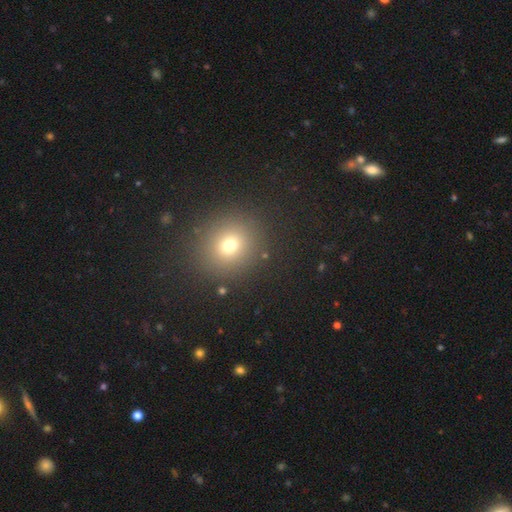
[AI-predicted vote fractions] smooth 65%, star or artifact 28%, featured or disk 7%. Down the decision tree: how rounded — round (84%); merging — none (91%).